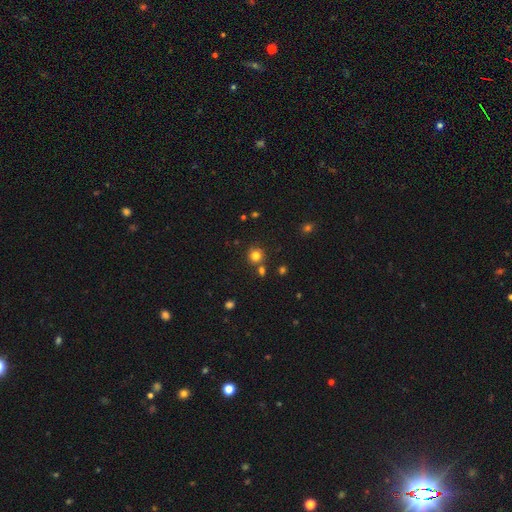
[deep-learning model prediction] Overall: smooth (79%). How rounded: round (92%). Merging: none (79%).